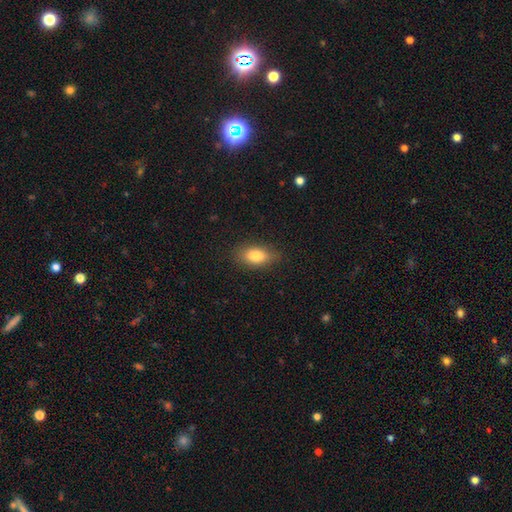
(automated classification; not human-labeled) A smooth galaxy with no disk features (81%) that is in between round and cigar-shaped (86%).

Vote fractions:
- Smooth or featured? smooth: 81% / featured or disk: 11% / star or artifact: 8%
- How rounded? in between: 86% / round: 8% / cigar-shaped: 6%
- Merging? none: 83% / minor disturbance: 13% / major disturbance: 3% / merger: 1%